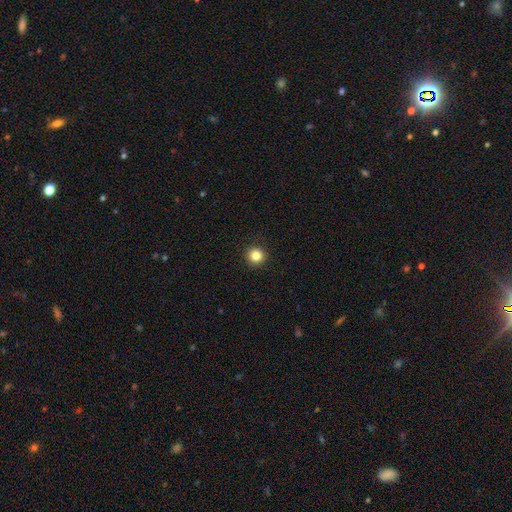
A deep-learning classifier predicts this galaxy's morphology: Overall: smooth (84%). How rounded: round (95%). Merging: none (93%).